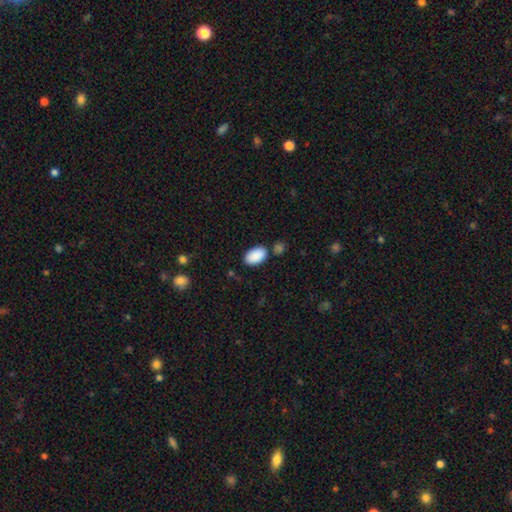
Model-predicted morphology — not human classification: Overall: smooth (90%). How rounded: in between (95%). Merging: none (78%).